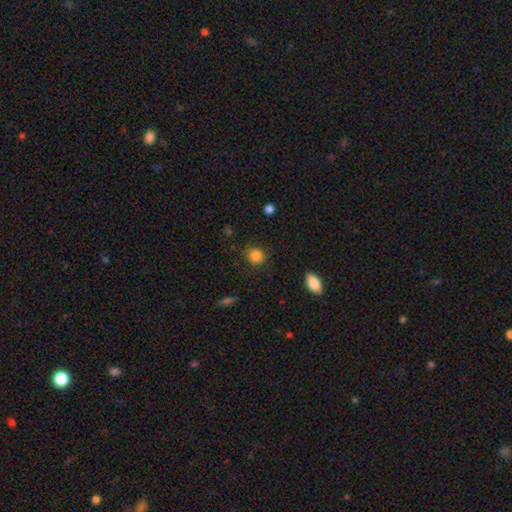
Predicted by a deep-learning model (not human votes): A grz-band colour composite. It shows a smooth galaxy with no disk features (87%) that is round (79%). Merging: none (85%).